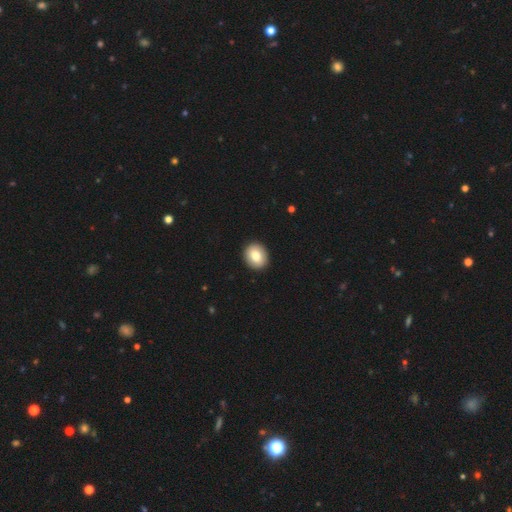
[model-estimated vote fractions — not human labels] smooth 81%, featured or disk 12%, star or artifact 7%. Down the decision tree: how rounded — round (67%); merging — none (92%).